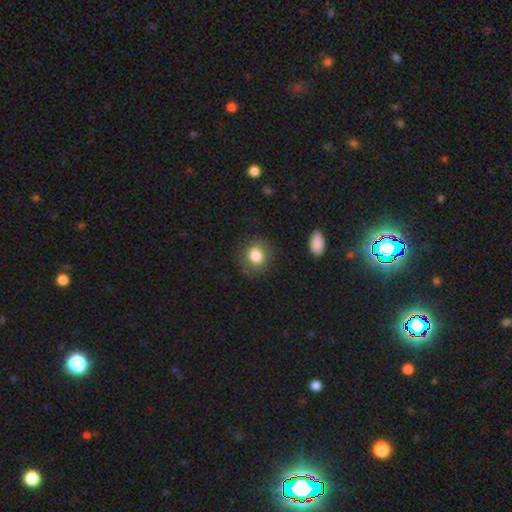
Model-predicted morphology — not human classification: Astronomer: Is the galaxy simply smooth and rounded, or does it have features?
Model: smooth — 83%.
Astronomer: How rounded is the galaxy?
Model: round — 77%.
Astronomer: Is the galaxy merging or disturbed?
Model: none — 82%.